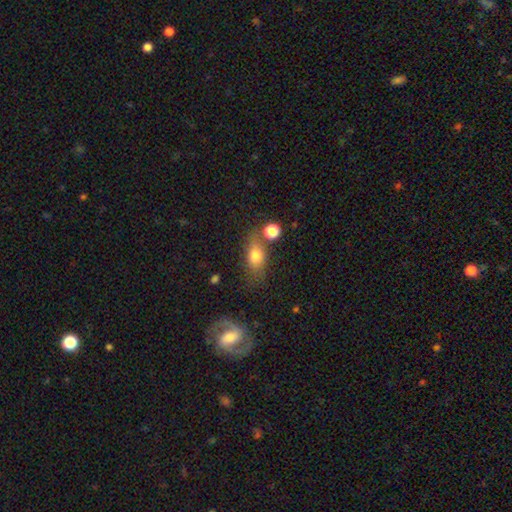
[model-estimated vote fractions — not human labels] Smooth or featured: smooth — 75% (featured or disk — 14%)
How rounded: in between — 75% (round — 18%)
Merging: none — 62% (minor disturbance — 18%)